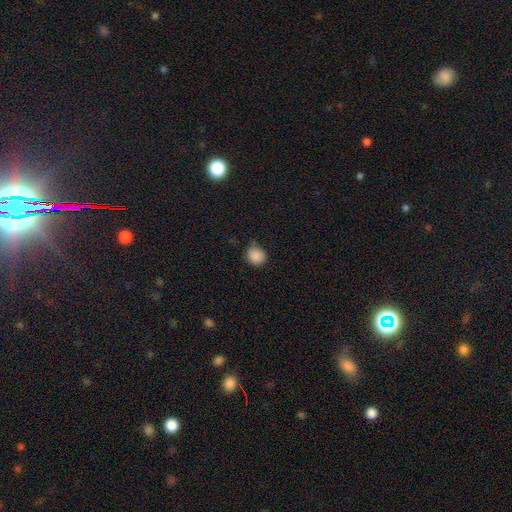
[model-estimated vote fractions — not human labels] This appears to be a smooth galaxy with no disk features (87%) that is round (83%). Merging: none (66%).